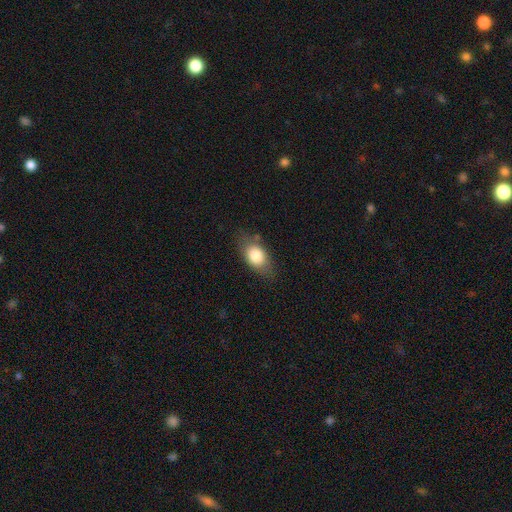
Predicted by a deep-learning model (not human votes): A smooth galaxy with no disk features (78%) that is in between round and cigar-shaped (83%). Merging: none (73%).